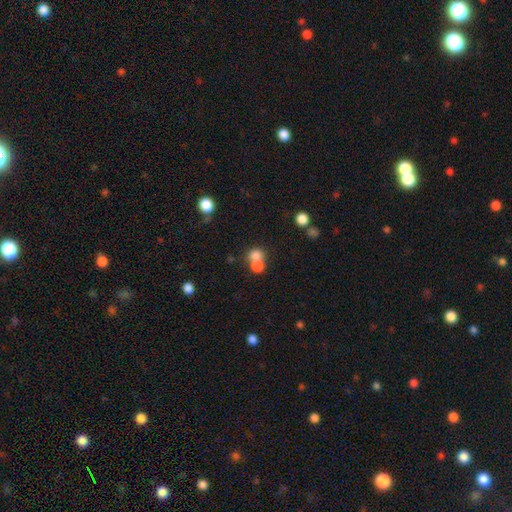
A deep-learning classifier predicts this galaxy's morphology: Q: Smooth or featured?
A: smooth (75%); runner-up: star or artifact (13%)
Q: How rounded?
A: round (74%); runner-up: in between (25%)
Q: Merging?
A: merger (55%); runner-up: none (36%)